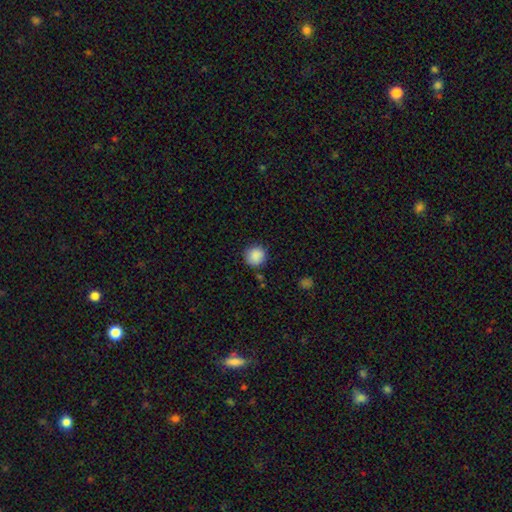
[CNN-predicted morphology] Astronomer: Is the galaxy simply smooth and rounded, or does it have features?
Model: smooth — 88%.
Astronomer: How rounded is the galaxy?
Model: round — 92%.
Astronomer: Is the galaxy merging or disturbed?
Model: none — 85%.